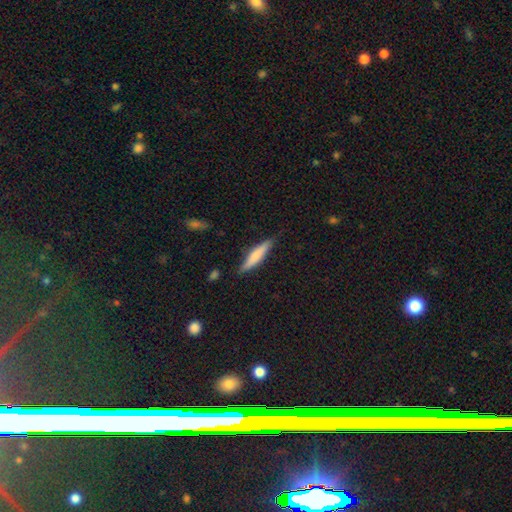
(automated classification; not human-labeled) Smooth or featured? Predicted: smooth (p=0.64). How rounded? Predicted: cigar-shaped (p=0.83). Merging? Predicted: none (p=0.78).